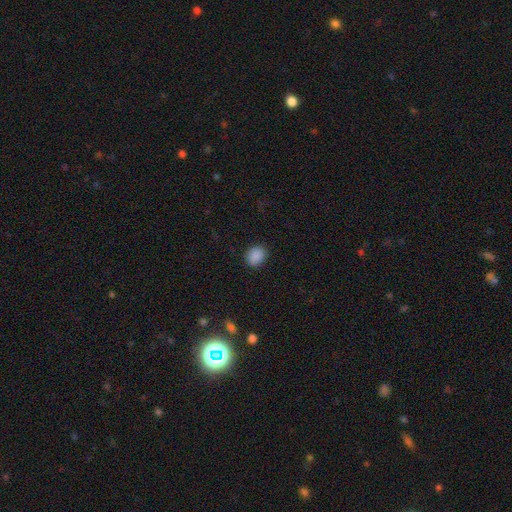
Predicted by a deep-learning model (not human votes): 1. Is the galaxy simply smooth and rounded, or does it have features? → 88% smooth, 9% star or artifact, 3% featured or disk.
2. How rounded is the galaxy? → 51% round, 48% in between, 1% cigar-shaped.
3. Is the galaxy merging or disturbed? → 88% none, 8% minor disturbance, 2% major disturbance, 1% merger.